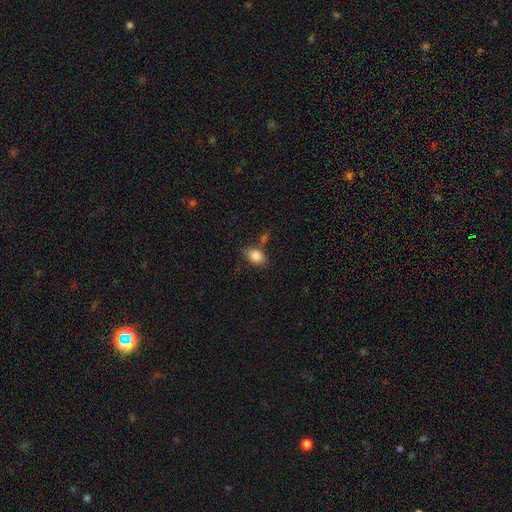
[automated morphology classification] smooth-or-featured: smooth: 83% | featured or disk: 9% | star or artifact: 8%
  how-rounded: in between: 80% | round: 18% | cigar-shaped: 3%
  merging: none: 63% | minor disturbance: 20% | merger: 11% | major disturbance: 6%